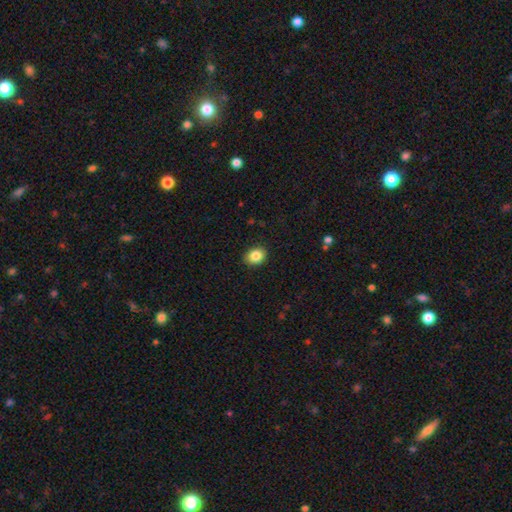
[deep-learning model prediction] Smooth or featured?
  - smooth: 86% *
  - star or artifact: 9%
  - featured or disk: 5%
How rounded?
  - in between: 51% *
  - round: 49%
  - cigar-shaped: 1%
Merging?
  - none: 89% *
  - minor disturbance: 8%
  - major disturbance: 2%
  - merger: 1%